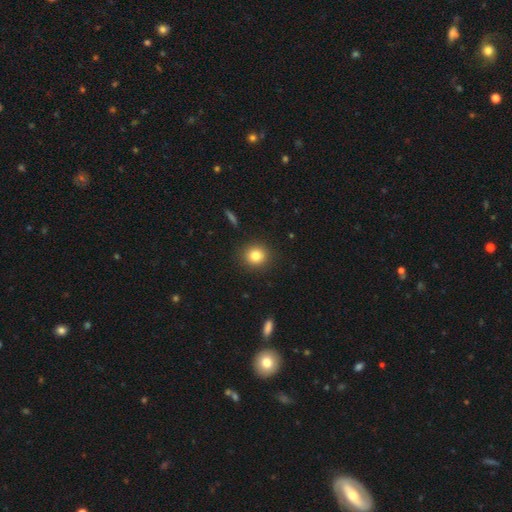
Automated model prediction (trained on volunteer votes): A smooth galaxy with no disk features (82%) that is round (87%). Merging: none (90%).